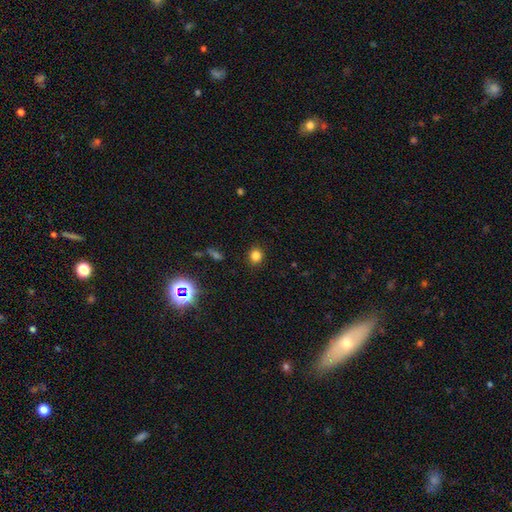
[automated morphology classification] type=smooth (81%); roundness=round (75%); merging=none (89%).